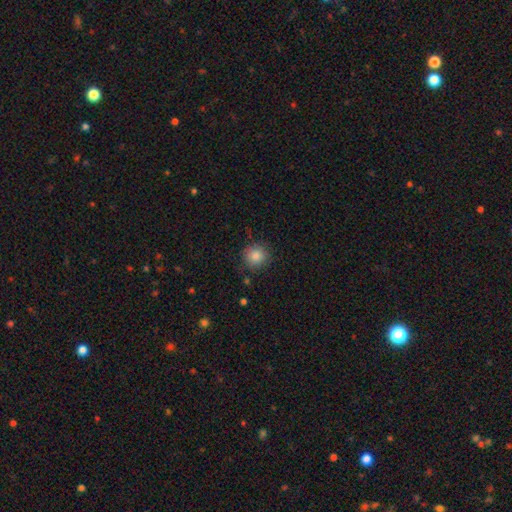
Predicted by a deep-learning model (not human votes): Smooth or featured?
  - smooth: 86% *
  - star or artifact: 10%
  - featured or disk: 5%
How rounded?
  - round: 90% *
  - in between: 9%
  - cigar-shaped: 1%
Merging?
  - none: 84% *
  - minor disturbance: 12%
  - major disturbance: 3%
  - merger: 2%